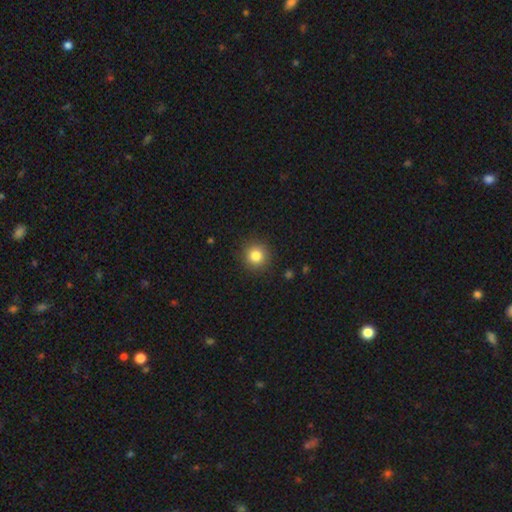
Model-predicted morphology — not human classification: Q: Smooth or featured?
A: smooth (83%); runner-up: star or artifact (11%)
Q: How rounded?
A: round (93%); runner-up: in between (6%)
Q: Merging?
A: none (90%); runner-up: minor disturbance (7%)